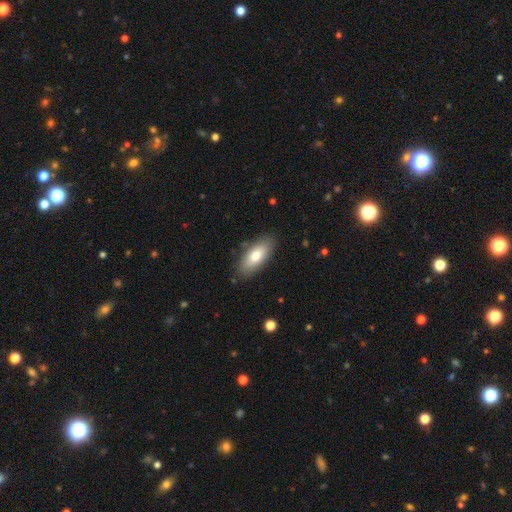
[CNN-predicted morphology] smooth_or_featured: smooth (p=0.74) [alt: featured or disk p=0.19]
how_rounded: in between (p=0.82) [alt: cigar-shaped p=0.15]
merging: none (p=0.85) [alt: minor disturbance p=0.11]